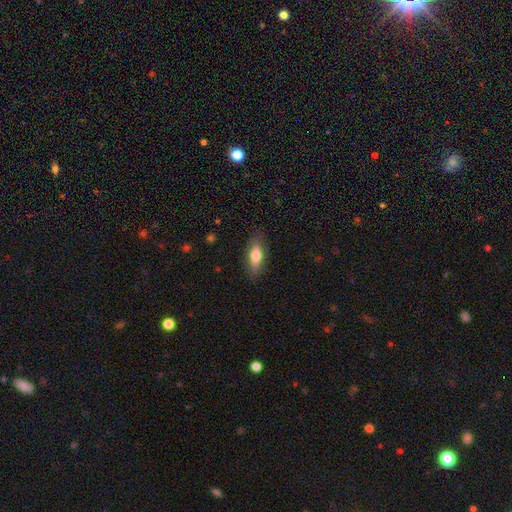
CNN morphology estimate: smooth_or_featured: smooth (p=0.70) [alt: featured or disk p=0.24]
how_rounded: in between (p=0.68) [alt: cigar-shaped p=0.29]
merging: none (p=0.81) [alt: minor disturbance p=0.14]